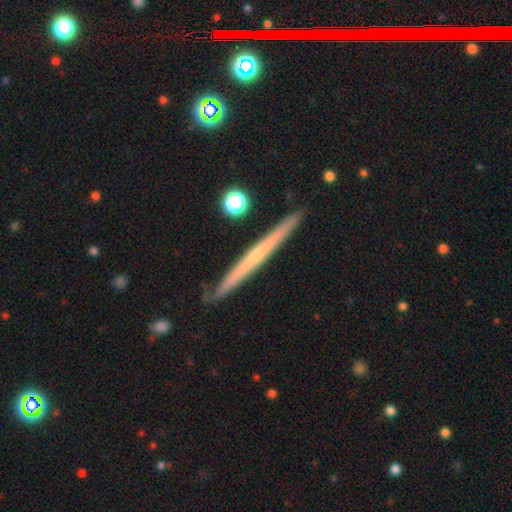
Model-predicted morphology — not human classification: smooth_or_featured: featured or disk (p=0.64) [alt: smooth p=0.30]
disk_edge_on: yes (p=0.97) [alt: no p=0.03]
edge_on_bulge: none (p=0.66) [alt: rounded p=0.31]
merging: none (p=0.89) [alt: minor disturbance p=0.08]